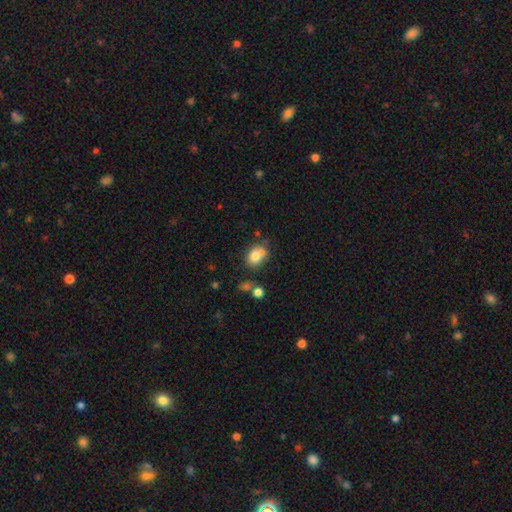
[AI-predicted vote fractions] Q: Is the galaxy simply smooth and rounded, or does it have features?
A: smooth — 79%.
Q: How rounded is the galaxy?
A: in between — 59%.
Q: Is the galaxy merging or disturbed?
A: none — 56%.